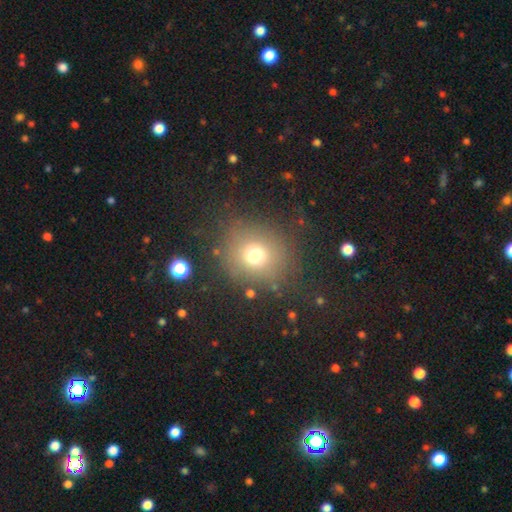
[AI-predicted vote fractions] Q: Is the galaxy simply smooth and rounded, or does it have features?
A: smooth — 71%.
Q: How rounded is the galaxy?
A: round — 86%.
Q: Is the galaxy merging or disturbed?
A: none — 80%.